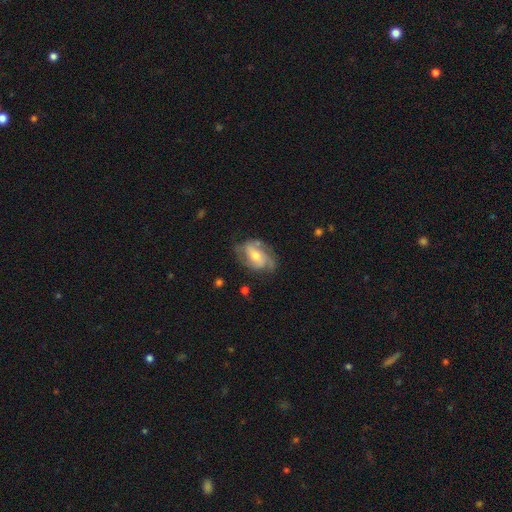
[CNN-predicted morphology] type=featured or disk (78%); edge-on=no (96%); bar=no (49%); spiral arms=yes (92%); winding=medium (43%); arm count=2 (40%); bulge=moderate (63%); merging=none (63%).